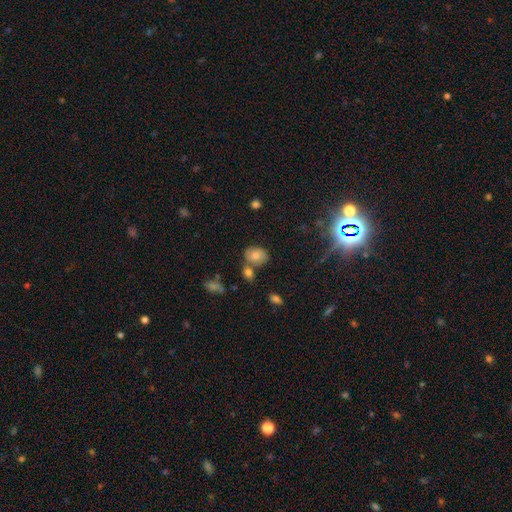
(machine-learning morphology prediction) Overall: smooth (65%). How rounded: in between (59%; round 39%). Merging: none (54%; merger 22%).